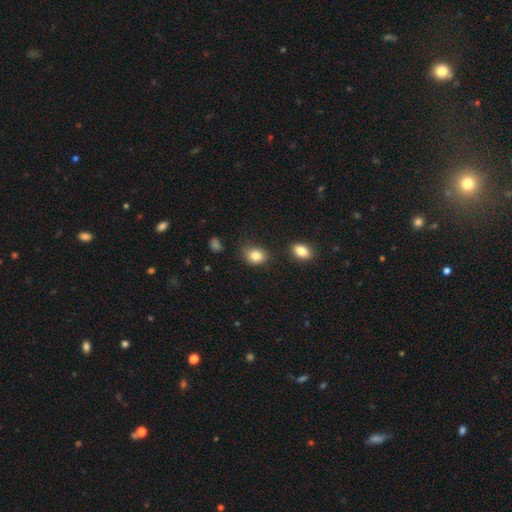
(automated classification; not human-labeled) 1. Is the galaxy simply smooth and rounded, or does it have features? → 83% smooth, 10% star or artifact, 7% featured or disk.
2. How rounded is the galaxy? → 51% in between, 48% round, 1% cigar-shaped.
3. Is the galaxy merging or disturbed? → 68% none, 21% minor disturbance, 6% major disturbance, 5% merger.